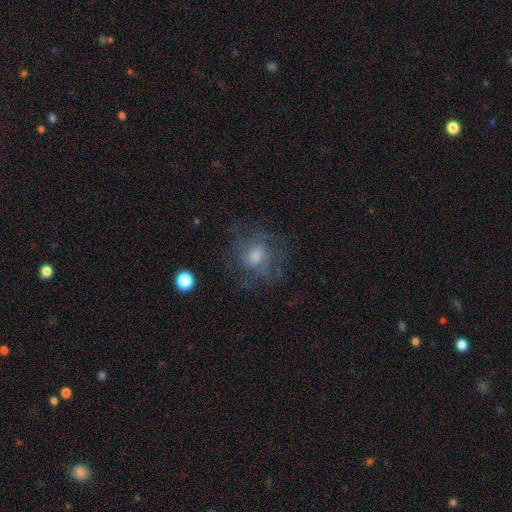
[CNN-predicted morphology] Smooth or featured? Predicted: featured or disk (p=0.49). Merging? Predicted: none (p=0.65).